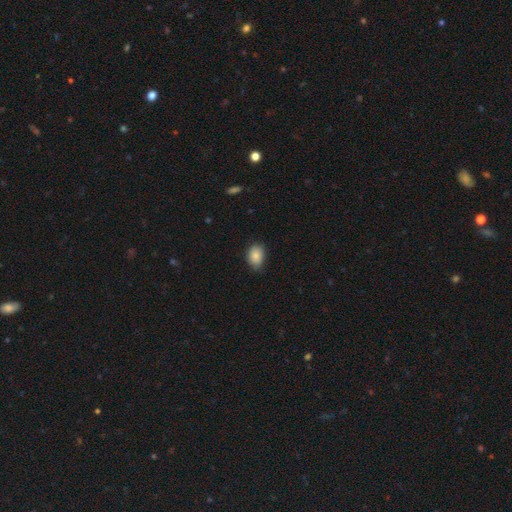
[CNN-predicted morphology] Q: Smooth or featured?
A: smooth (86%); runner-up: star or artifact (8%)
Q: How rounded?
A: in between (73%); runner-up: round (26%)
Q: Merging?
A: none (73%); runner-up: minor disturbance (23%)